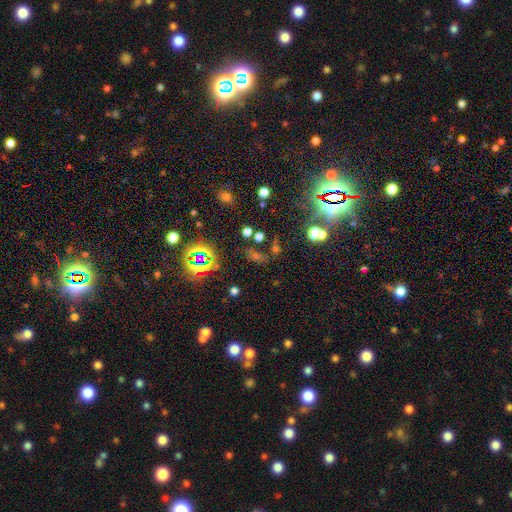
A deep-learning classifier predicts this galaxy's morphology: Smooth or featured: star or artifact — 62% (smooth — 27%)